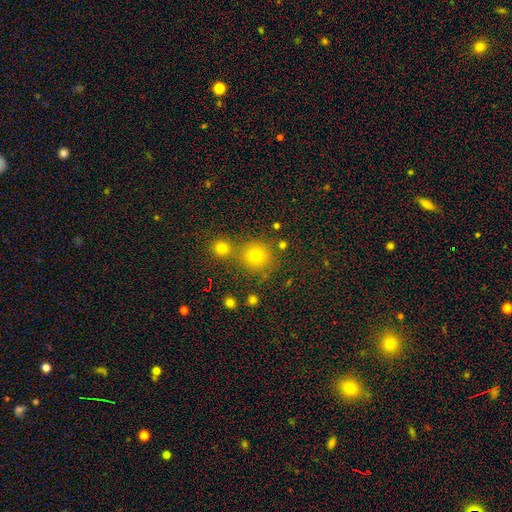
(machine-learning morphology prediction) Smooth or featured?
  - smooth: 74% *
  - star or artifact: 19%
  - featured or disk: 8%
How rounded?
  - round: 90% *
  - in between: 9%
  - cigar-shaped: 1%
Merging?
  - none: 67% *
  - merger: 22%
  - minor disturbance: 8%
  - major disturbance: 3%